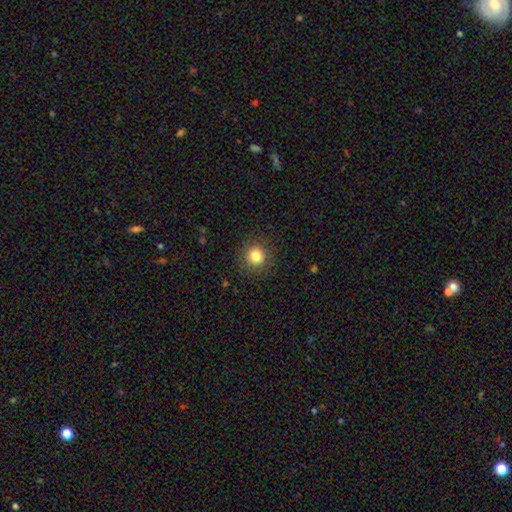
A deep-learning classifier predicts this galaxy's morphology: Smooth or featured? smooth (82%)
How rounded? round (93%)
Merging? none (90%)